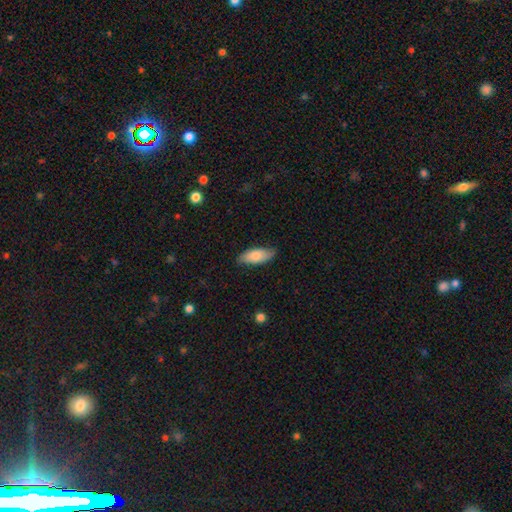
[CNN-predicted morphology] Smooth or featured? Predicted: smooth (p=0.78). How rounded? Predicted: in between (p=0.81). Merging? Predicted: none (p=0.81).